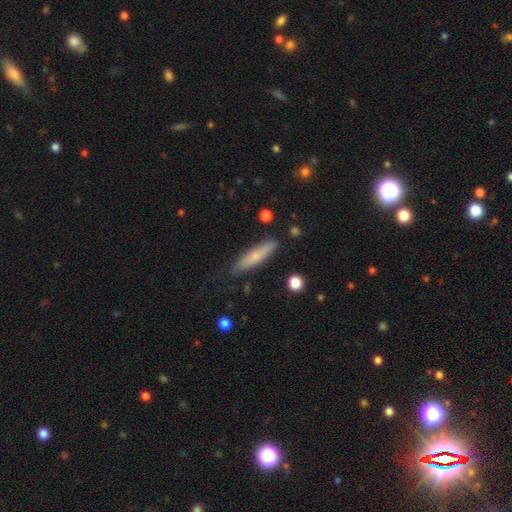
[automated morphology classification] smooth-or-featured: smooth: 68% | featured or disk: 26% | star or artifact: 6%
  how-rounded: cigar-shaped: 82% | in between: 16% | round: 2%
  merging: none: 82% | minor disturbance: 14% | major disturbance: 3% | merger: 2%